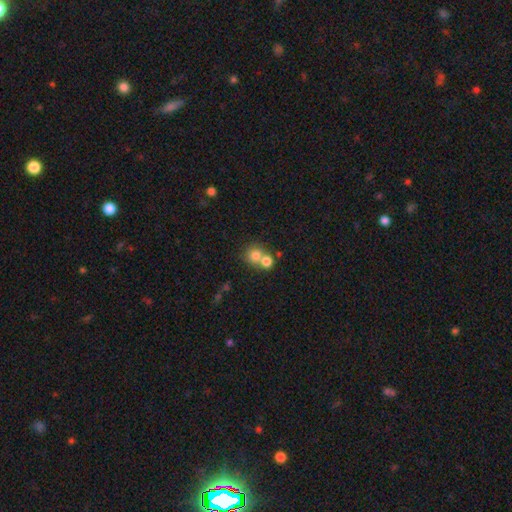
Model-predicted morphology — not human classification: This is likely a smooth galaxy (76%). How rounded: clearly round (84%). Merging: possibly merger (50%).